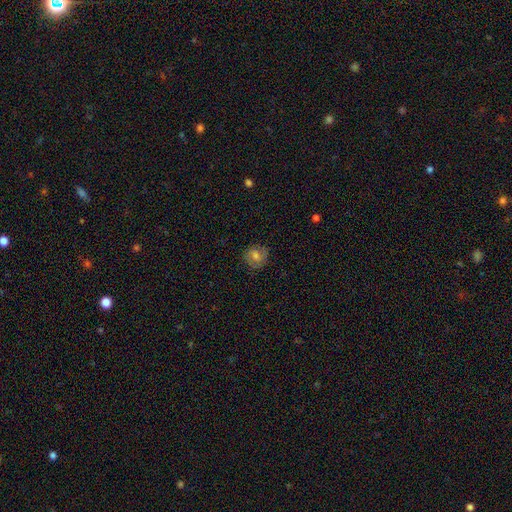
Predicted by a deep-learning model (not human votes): Overall: smooth (60%; featured or disk 29%). How rounded: round (81%). Merging: none (80%).